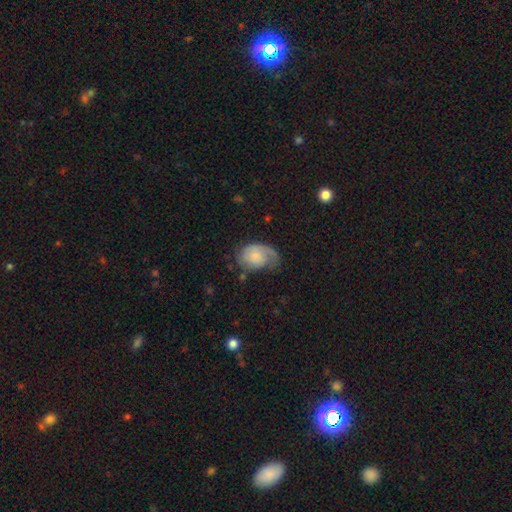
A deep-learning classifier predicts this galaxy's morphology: type=featured or disk (57%); edge-on=no (97%); bar=no (73%); spiral arms=yes (88%); bulge=small (44%); merging=none (44%).